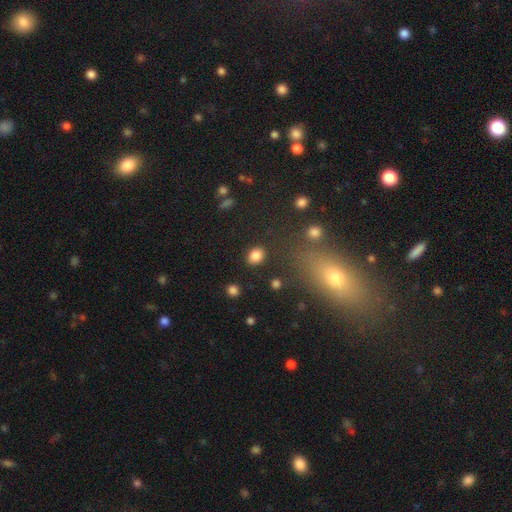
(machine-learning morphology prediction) Smooth or featured? Predicted: smooth (p=0.85). How rounded? Predicted: in between (p=0.61). Merging? Predicted: none (p=0.85).